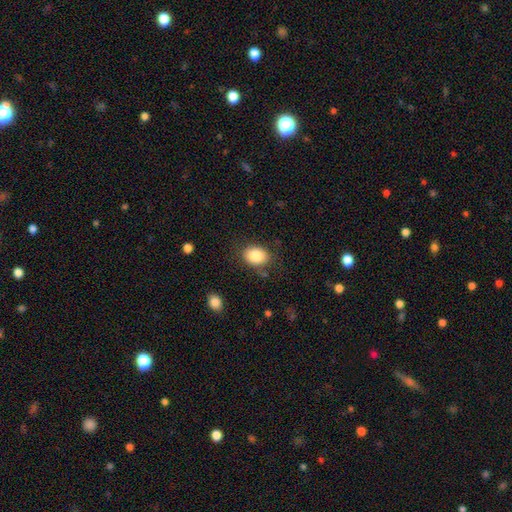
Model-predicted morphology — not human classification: Smooth or featured? smooth (84%)
How rounded? in between (67%)
Merging? none (81%)